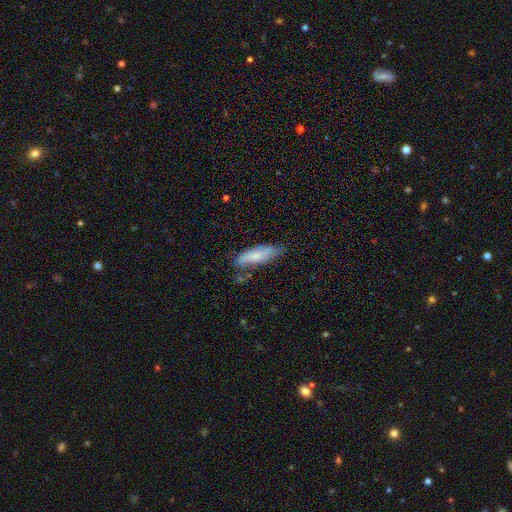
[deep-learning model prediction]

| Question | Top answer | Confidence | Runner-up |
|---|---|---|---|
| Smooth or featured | smooth | 67% | featured or disk (26%) |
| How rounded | in between | 50% | cigar-shaped (48%) |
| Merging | none | 55% | minor disturbance (31%) |